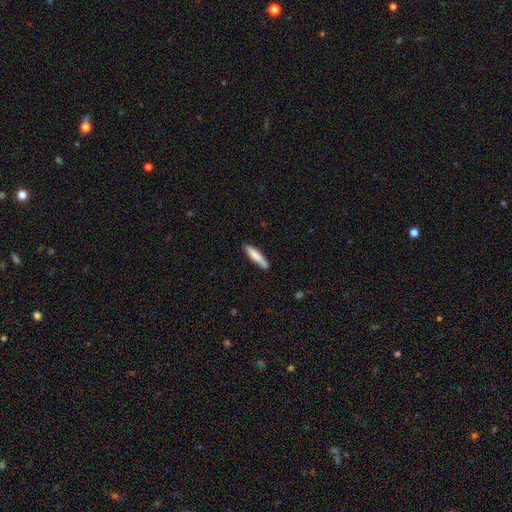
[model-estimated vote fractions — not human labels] A smooth galaxy with no disk features (80%) that is cigar-shaped (82%). Merging: none (81%).